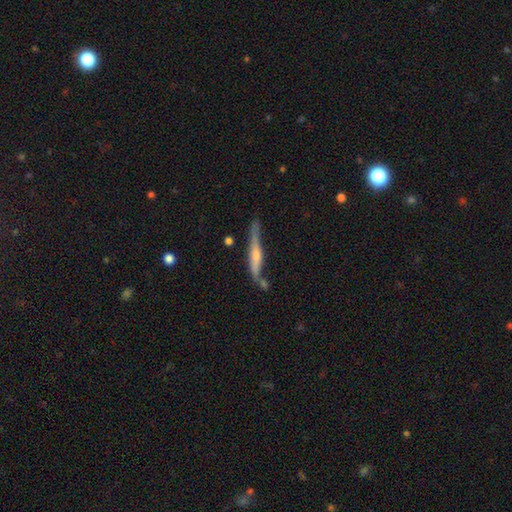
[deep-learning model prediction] Smooth or featured? featured or disk (63%)
Edge-on disk? yes (93%)
Edge-on bulge? rounded (66%)
Merging? none (62%)